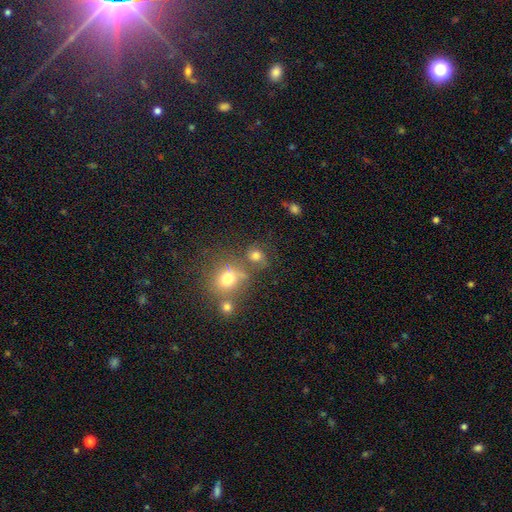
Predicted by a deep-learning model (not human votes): The model was most divided on "merging": none: 58%, merger: 18%, minor disturbance: 15%, major disturbance: 9%. More confident: how rounded — round (70%); smooth or featured — smooth (69%).